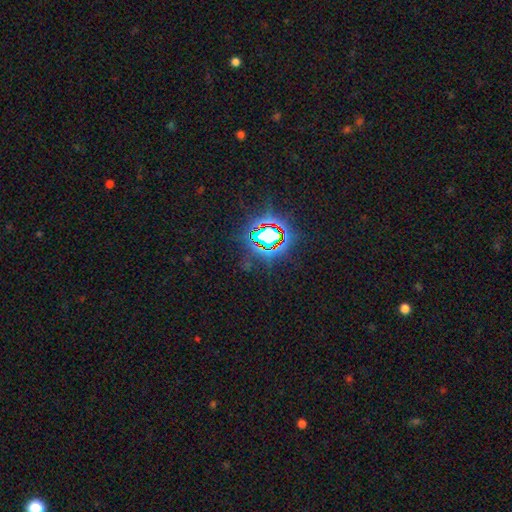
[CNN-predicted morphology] This is clearly a star or artifact rather than a galaxy (85%).